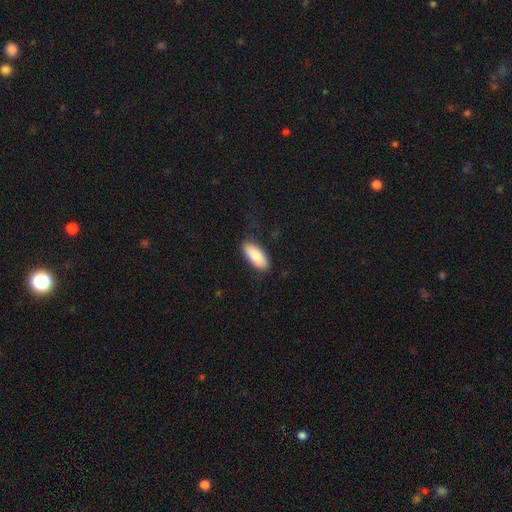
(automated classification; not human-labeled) A smooth galaxy with no disk features (86%) that is in between round and cigar-shaped (82%). Merging: none (81%).